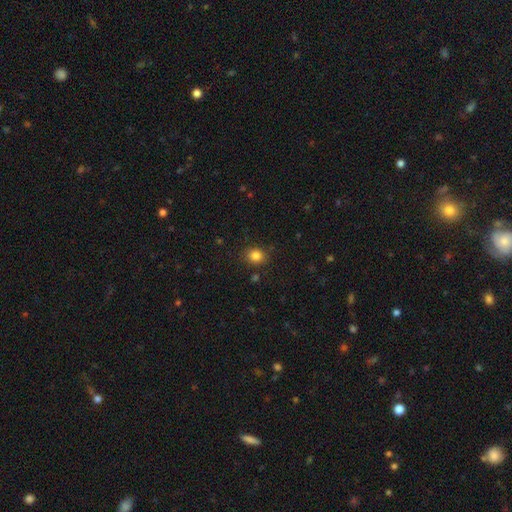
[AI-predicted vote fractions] The model was most divided on "how rounded": round: 68%, in between: 31%, cigar-shaped: 1%. More confident: merging — none (86%); smooth or featured — smooth (83%).